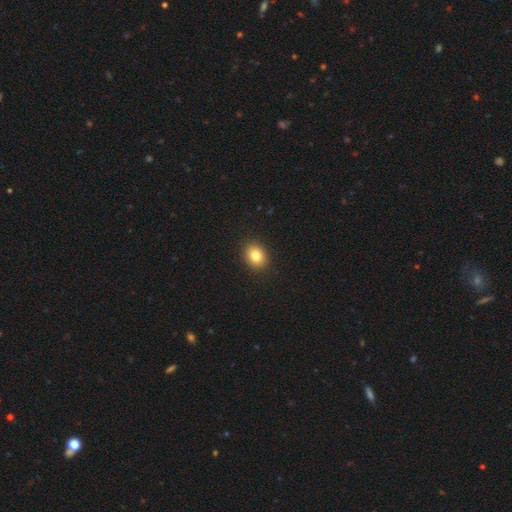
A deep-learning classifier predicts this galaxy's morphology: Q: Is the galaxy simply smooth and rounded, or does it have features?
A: smooth — 83%.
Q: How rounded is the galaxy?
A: round — 51%.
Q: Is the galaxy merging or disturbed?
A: none — 91%.